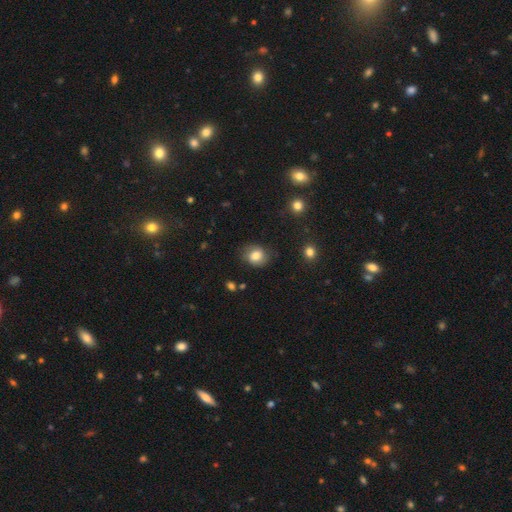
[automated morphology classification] smooth 76%, featured or disk 14%, star or artifact 10%. Down the decision tree: how rounded — round (69%); merging — none (77%).